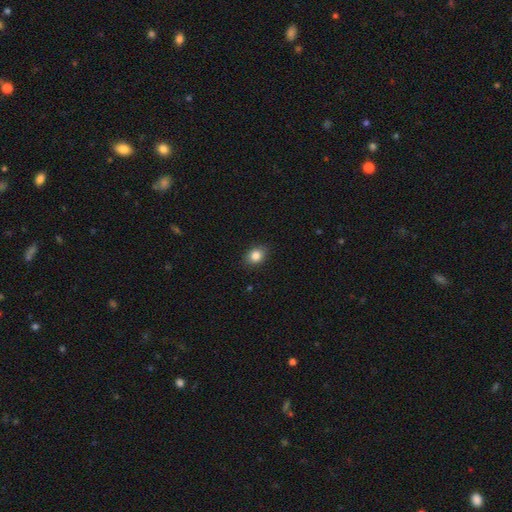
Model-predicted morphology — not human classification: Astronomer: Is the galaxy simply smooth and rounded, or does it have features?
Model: smooth — 84%.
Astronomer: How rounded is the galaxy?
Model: in between — 53% (runner-up: round, 46%).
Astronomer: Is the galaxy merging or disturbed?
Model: none — 88%.